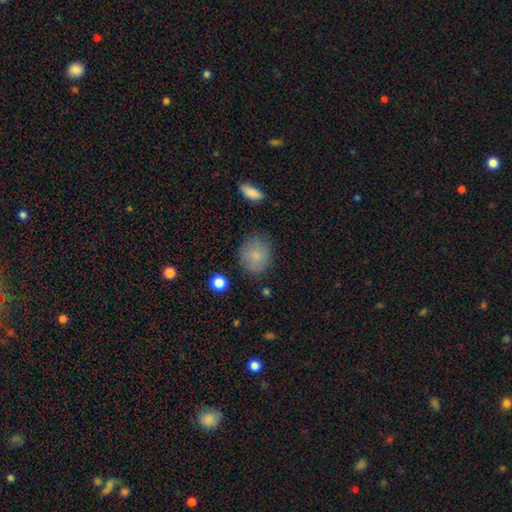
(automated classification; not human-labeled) smooth 81%, featured or disk 10%, star or artifact 9%. Down the decision tree: how rounded — round (74%); merging — none (81%).